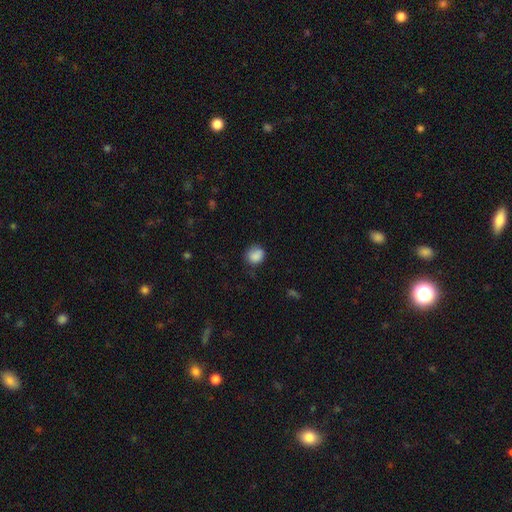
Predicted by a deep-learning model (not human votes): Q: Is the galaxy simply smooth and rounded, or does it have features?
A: smooth — 86%.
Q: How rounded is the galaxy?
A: round — 72%.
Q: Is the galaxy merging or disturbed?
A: none — 68%.